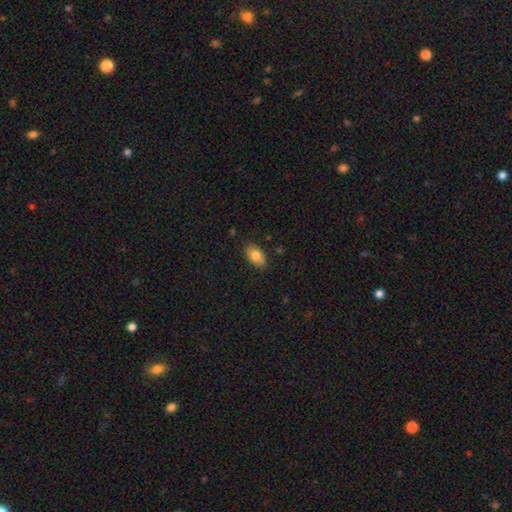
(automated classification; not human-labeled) smooth 81%, featured or disk 12%, star or artifact 7%. Down the decision tree: how rounded — in between (92%); merging — none (85%).